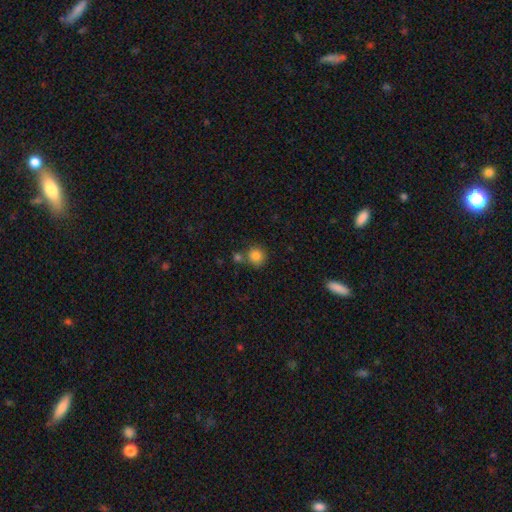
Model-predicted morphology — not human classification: Smooth or featured? Predicted: smooth (p=0.84). How rounded? Predicted: round (p=0.90). Merging? Predicted: none (p=0.66).